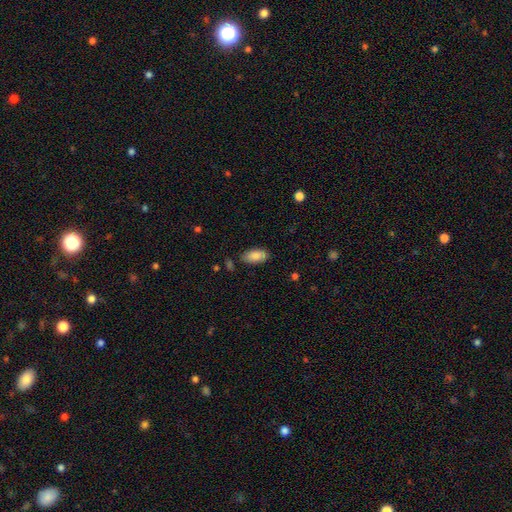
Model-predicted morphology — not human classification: smooth-or-featured: smooth: 85% | featured or disk: 9% | star or artifact: 7%
  how-rounded: in between: 93% | cigar-shaped: 5% | round: 2%
  merging: none: 83% | minor disturbance: 13% | major disturbance: 2% | merger: 2%